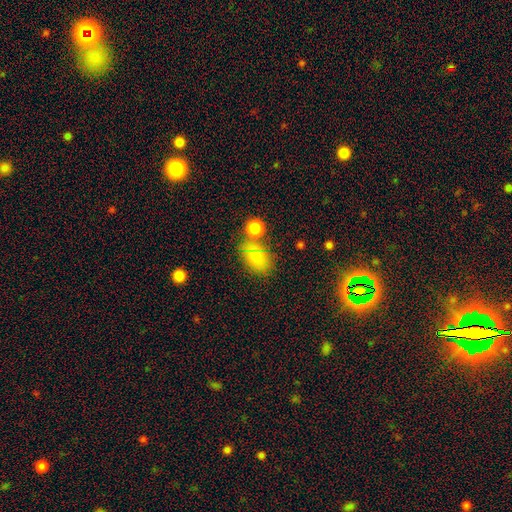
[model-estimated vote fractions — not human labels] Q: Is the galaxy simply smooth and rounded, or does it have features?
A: smooth — 78%.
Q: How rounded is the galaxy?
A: in between — 73%.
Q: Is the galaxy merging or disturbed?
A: none — 58%.